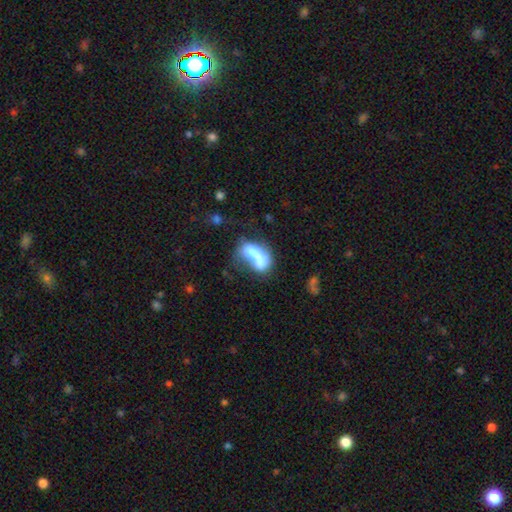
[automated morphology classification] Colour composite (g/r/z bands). It shows a smooth galaxy with no disk features (61%) that is in between round and cigar-shaped (82%). Merging: merger (41%).